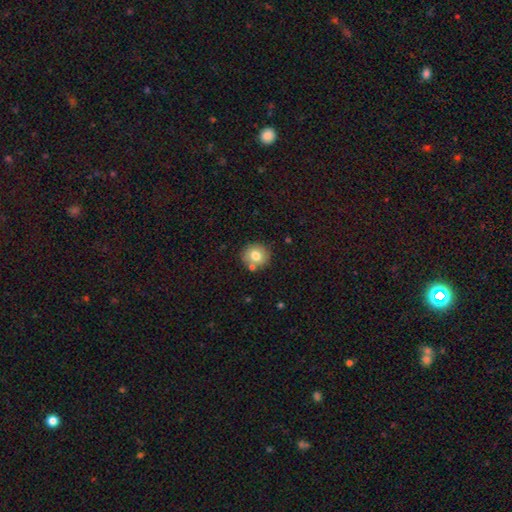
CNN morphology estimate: Smooth or featured?
  - smooth: 77% *
  - featured or disk: 13%
  - star or artifact: 10%
How rounded?
  - round: 89% *
  - in between: 10%
  - cigar-shaped: 1%
Merging?
  - none: 76% *
  - merger: 11%
  - minor disturbance: 10%
  - major disturbance: 3%